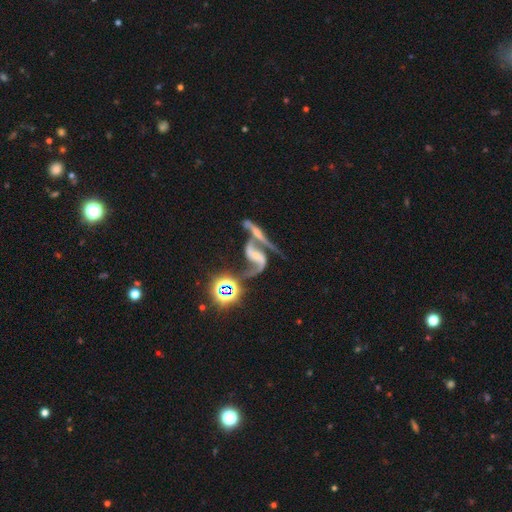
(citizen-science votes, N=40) Smooth or featured: featured or disk — 88% (star or artifact — 8%)
Edge-on disk: no — 91% (yes — 9%)
Bar: strong — 41% (no — 34%)
Spiral arms: yes — 88% (no — 12%)
Spiral winding: loose — 96% (medium — 4%)
Spiral arm count: 2 — 86% (1 — 14%)
Bulge size: small — 38% (none — 34%)
Merging: merger — 65% (none — 16%)